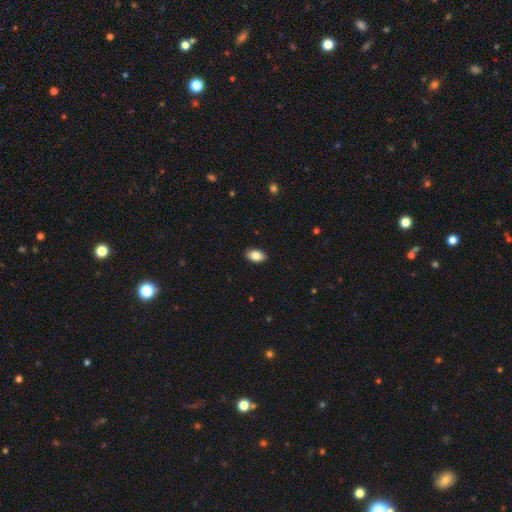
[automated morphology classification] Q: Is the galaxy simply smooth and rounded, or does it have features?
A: smooth — 86%.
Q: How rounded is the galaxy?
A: in between — 91%.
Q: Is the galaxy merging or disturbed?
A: none — 89%.